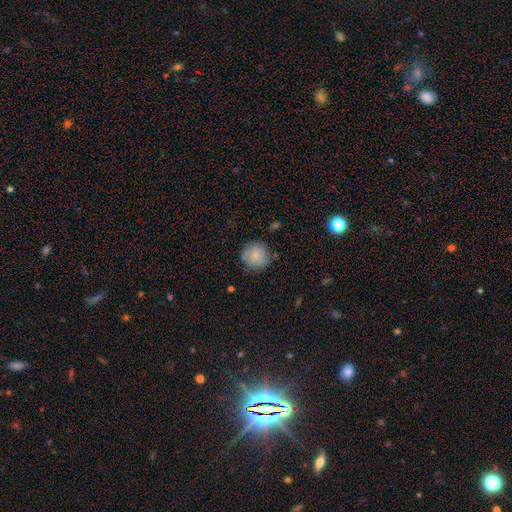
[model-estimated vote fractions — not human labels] smooth 80%, featured or disk 11%, star or artifact 8%. Down the decision tree: how rounded — round (92%); merging — none (79%).